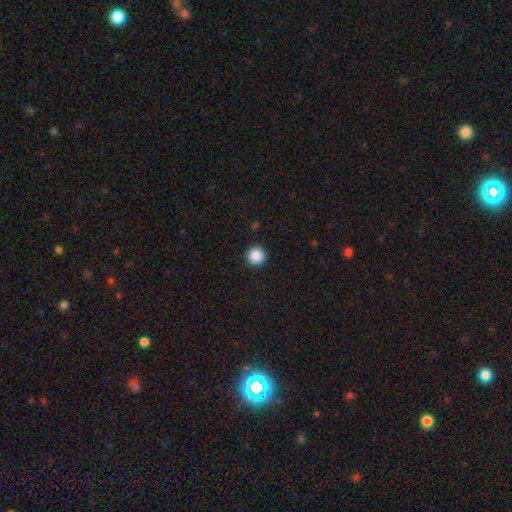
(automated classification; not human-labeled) The model was most divided on "smooth or featured": smooth: 88%, star or artifact: 9%, featured or disk: 3%. More confident: how rounded — round (96%); merging — none (93%).